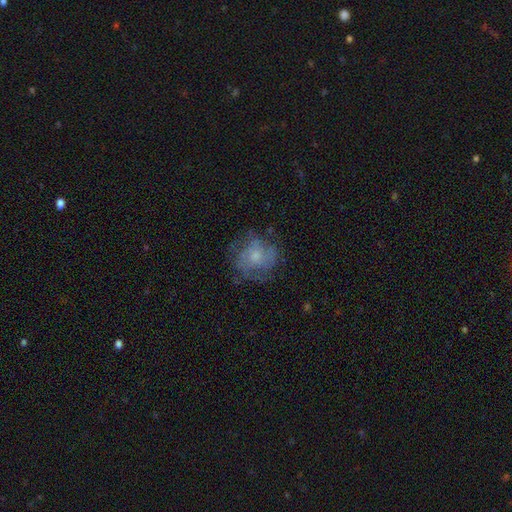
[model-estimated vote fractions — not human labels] A featured or disk galaxy (48%). Merging: none (60%).